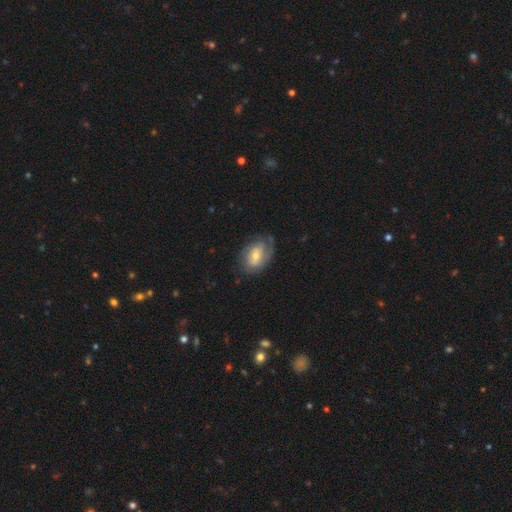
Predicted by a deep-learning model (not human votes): Smooth or featured? Predicted: featured or disk (p=0.58). Edge-on disk? Predicted: no (p=0.95). Bar? Predicted: no (p=0.50). Spiral arms? Predicted: yes (p=0.79). Bulge size? Predicted: small (p=0.50). Merging? Predicted: none (p=0.63).